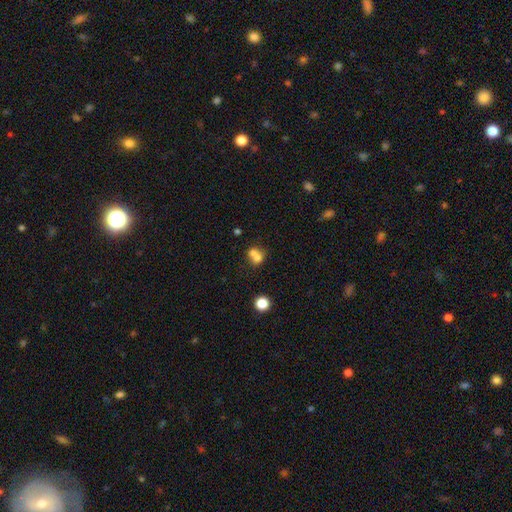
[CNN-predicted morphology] Smooth or featured? Predicted: smooth (p=0.69). How rounded? Predicted: round (p=0.70). Merging? Predicted: merger (p=0.62).